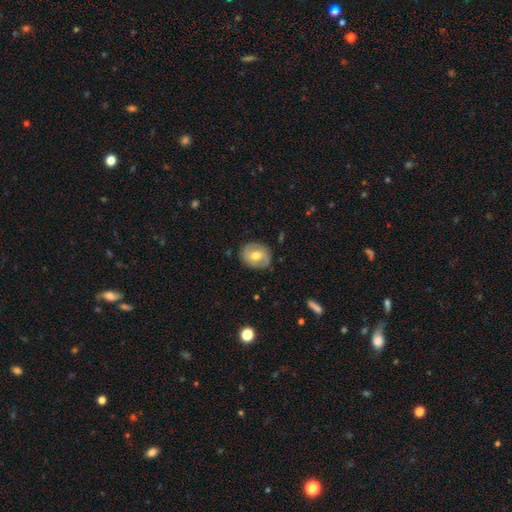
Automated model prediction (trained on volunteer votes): Morphology: type=smooth (48%); merging=none (81%).